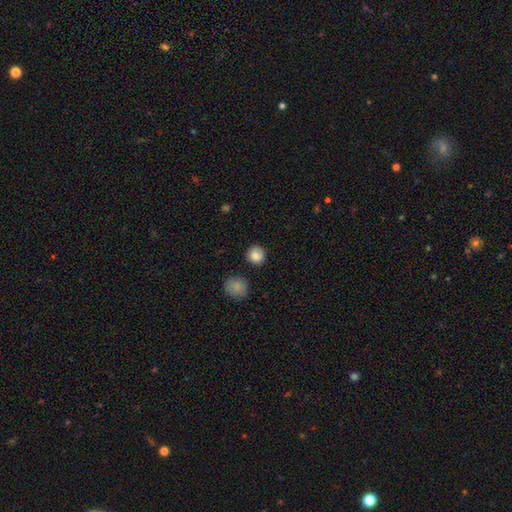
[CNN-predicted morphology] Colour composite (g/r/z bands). It shows a smooth galaxy with no disk features (86%) that is round (90%). Merging: none (87%).